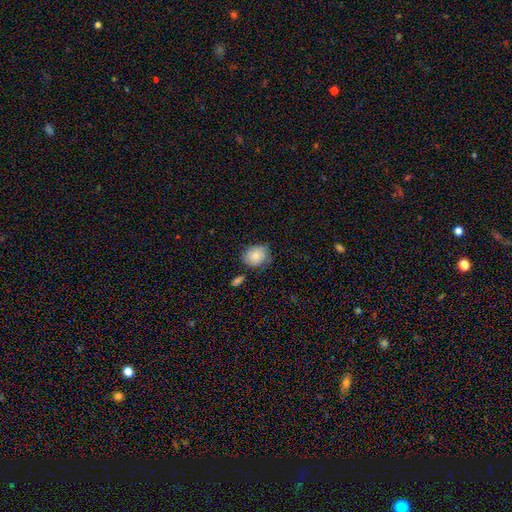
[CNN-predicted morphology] A smooth galaxy with no disk features (80%) that is round (59%).

Vote fractions:
- Smooth or featured? smooth: 80% / featured or disk: 12% / star or artifact: 8%
- How rounded? round: 59% / in between: 40% / cigar-shaped: 1%
- Merging? none: 67% / minor disturbance: 23% / major disturbance: 5% / merger: 5%